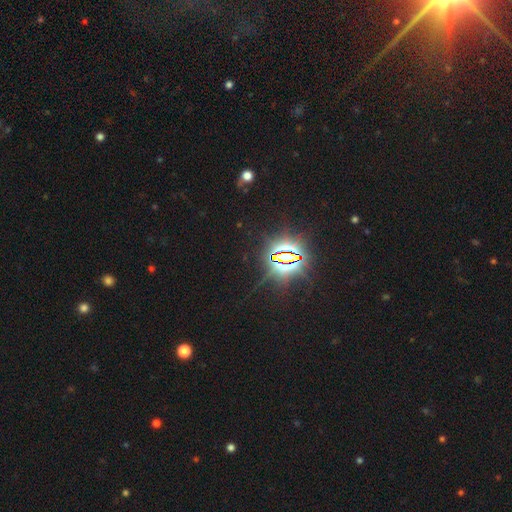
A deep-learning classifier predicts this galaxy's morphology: star or artifact 85%, smooth 9%, featured or disk 6%.